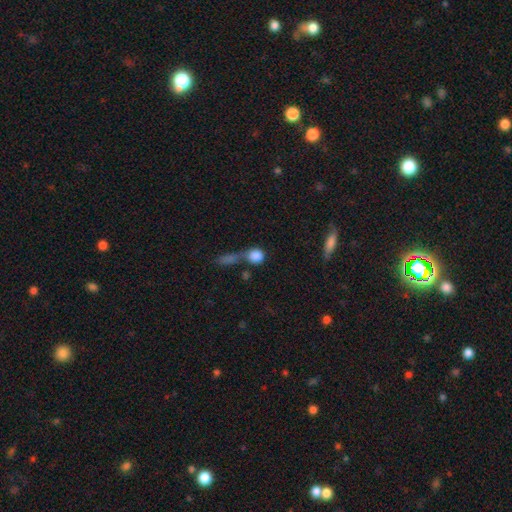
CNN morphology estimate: Smooth or featured? smooth (83%)
How rounded? round (81%)
Merging? merger (41%)